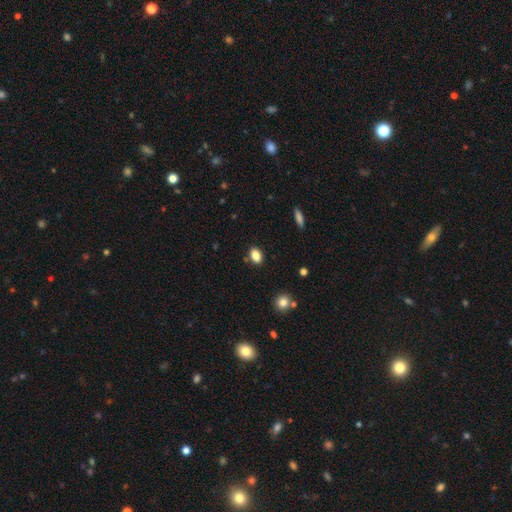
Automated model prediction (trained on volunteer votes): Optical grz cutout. It shows a smooth galaxy with no disk features (85%) that is in between round and cigar-shaped (82%). Merging: none (85%).